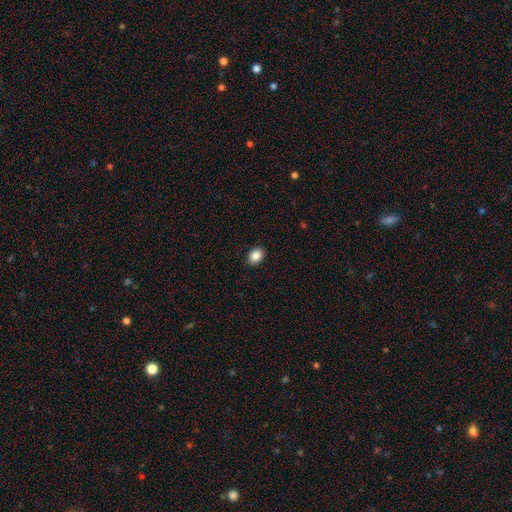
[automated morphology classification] smooth 86%, star or artifact 9%, featured or disk 4%. Down the decision tree: how rounded — round (55%); merging — none (89%).